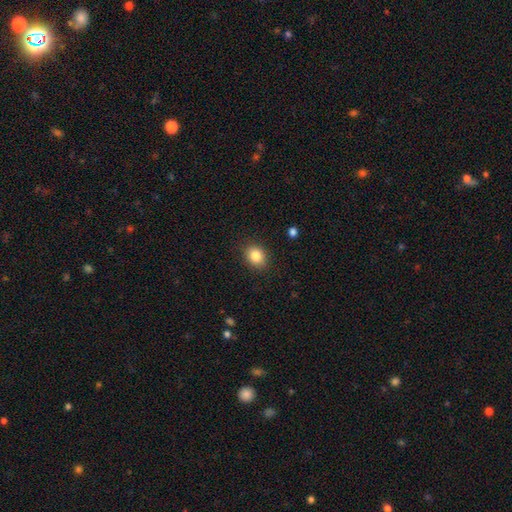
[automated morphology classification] Q: Smooth or featured?
A: smooth (85%); runner-up: star or artifact (10%)
Q: How rounded?
A: round (59%); runner-up: in between (41%)
Q: Merging?
A: none (88%); runner-up: minor disturbance (8%)